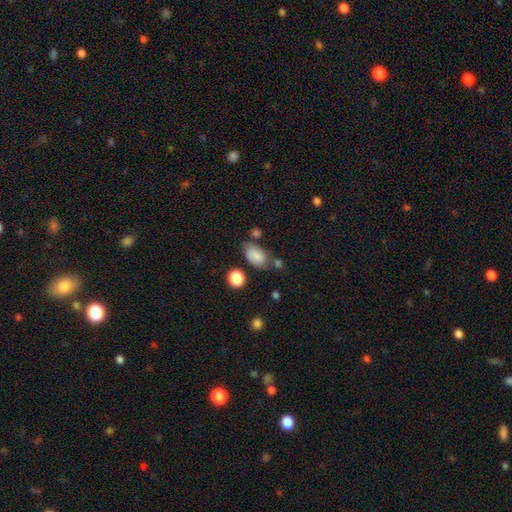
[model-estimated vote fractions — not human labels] This appears to be a smooth galaxy with no disk features (80%) that is in between round and cigar-shaped (88%). Merging: none (56%).